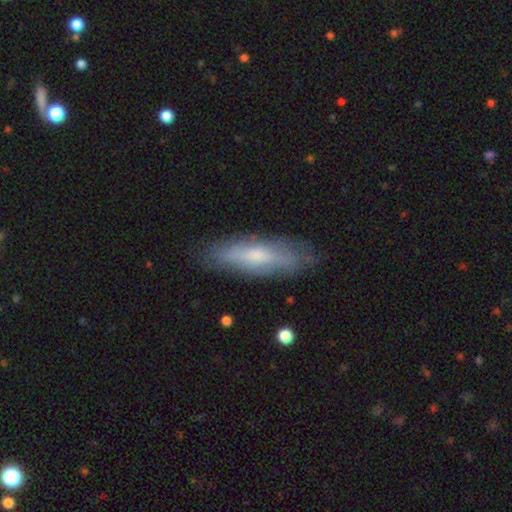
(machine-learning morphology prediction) A smooth galaxy with no disk features (55%) that is cigar-shaped (62%). Merging: none (77%).